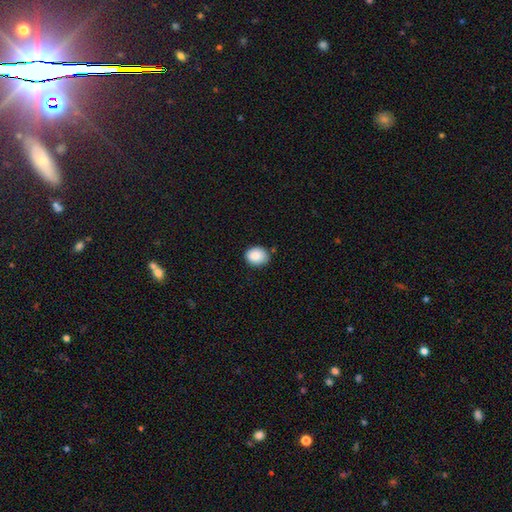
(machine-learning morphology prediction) This appears to be a smooth galaxy with no disk features (88%) that is round (52%). Merging: none (78%).